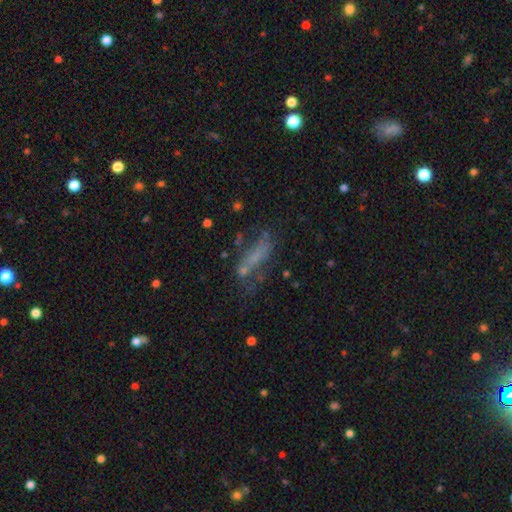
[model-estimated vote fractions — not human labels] Overall: smooth (43%; featured or disk 39%). Merging: none (40%; major disturbance 27%).